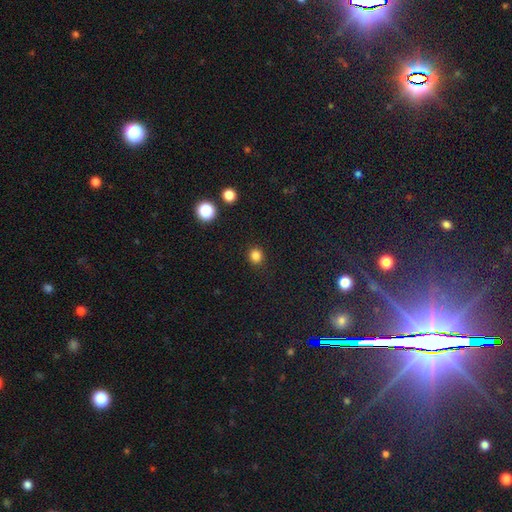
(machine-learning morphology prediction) Smooth or featured: smooth — 83% (star or artifact — 13%)
How rounded: round — 85% (in between — 15%)
Merging: none — 89% (minor disturbance — 7%)